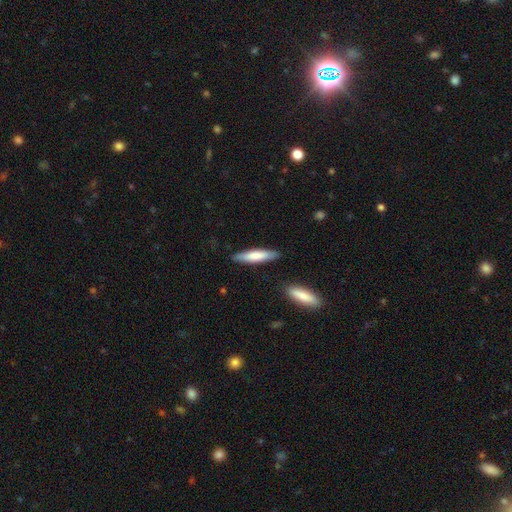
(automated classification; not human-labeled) Morphology: type=smooth (73%); roundness=cigar-shaped (80%); merging=none (86%).